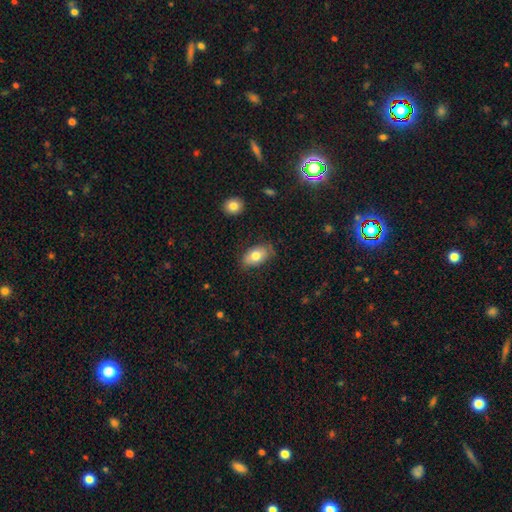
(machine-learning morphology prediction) The model was most divided on "merging": none: 73%, minor disturbance: 21%, major disturbance: 4%, merger: 2%. More confident: how rounded — in between (91%); smooth or featured — smooth (77%).